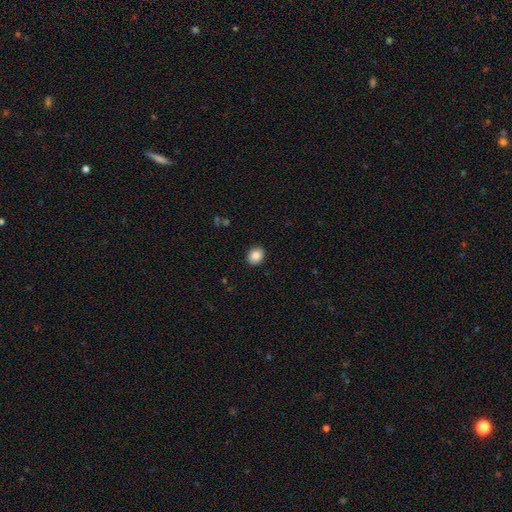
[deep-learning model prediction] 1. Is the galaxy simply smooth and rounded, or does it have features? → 87% smooth, 9% star or artifact, 4% featured or disk.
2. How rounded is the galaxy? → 64% round, 35% in between, 1% cigar-shaped.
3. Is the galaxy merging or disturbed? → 90% none, 7% minor disturbance, 2% major disturbance, 1% merger.